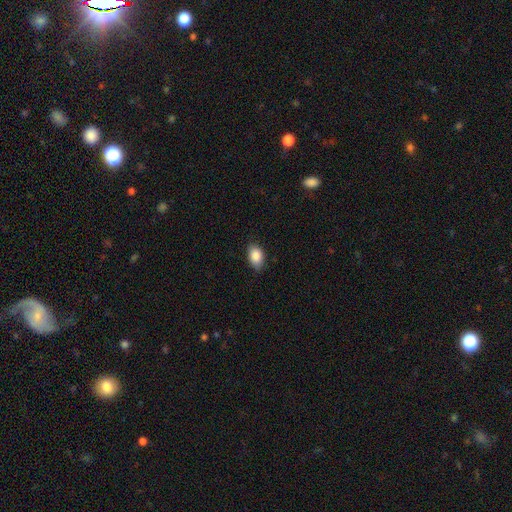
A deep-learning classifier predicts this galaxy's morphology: Smooth or featured? smooth (87%)
How rounded? in between (86%)
Merging? none (80%)